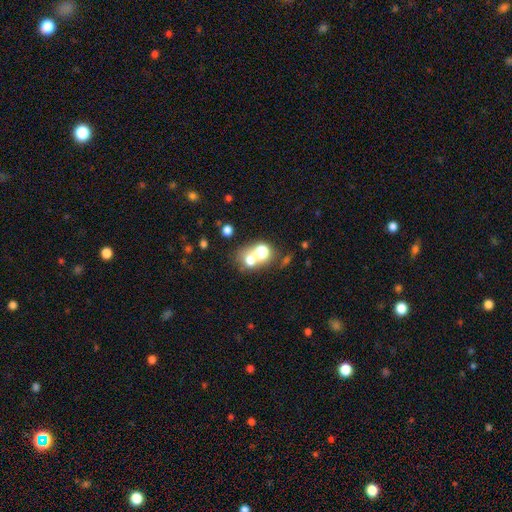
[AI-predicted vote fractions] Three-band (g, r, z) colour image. It shows a smooth galaxy with no disk features (59%) that is round (63%). Merging: merger (57%).